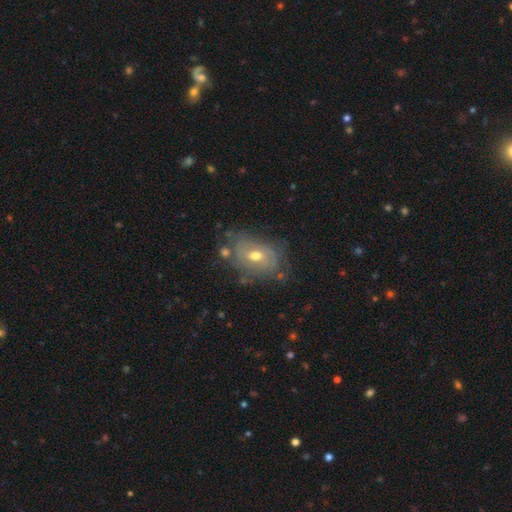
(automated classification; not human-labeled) smooth-or-featured: featured or disk: 52% | smooth: 35% | star or artifact: 13%
  disk-edge-on: no: 93% | yes: 7%
  merging: none: 61% | minor disturbance: 24% | major disturbance: 10% | merger: 4%